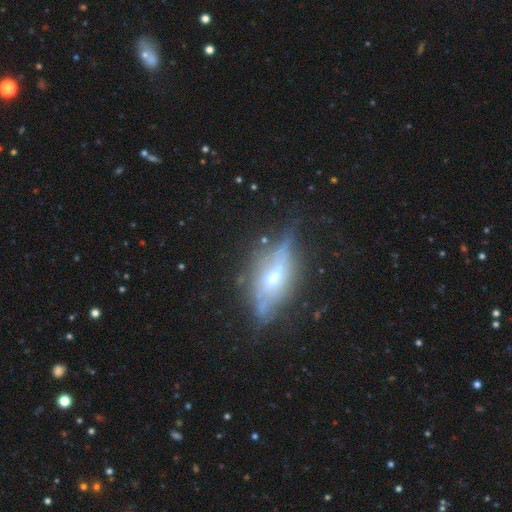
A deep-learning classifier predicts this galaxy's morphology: Smooth or featured? featured or disk (66%)
Edge-on disk? yes (68%)
Merging? none (75%)